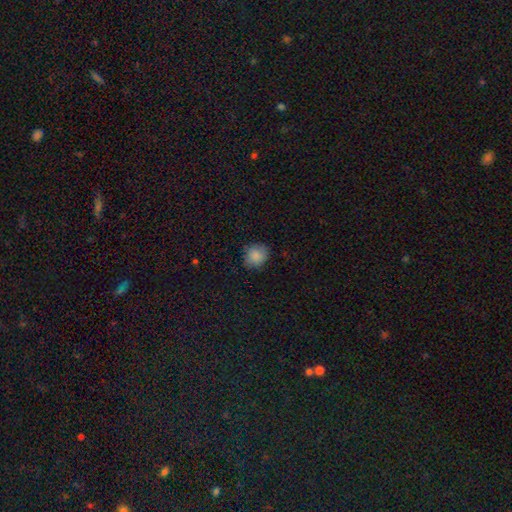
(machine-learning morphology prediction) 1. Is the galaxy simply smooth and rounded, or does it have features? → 87% smooth, 8% star or artifact, 5% featured or disk.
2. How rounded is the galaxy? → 78% round, 21% in between, 1% cigar-shaped.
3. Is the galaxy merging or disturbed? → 83% none, 13% minor disturbance, 3% major disturbance, 1% merger.